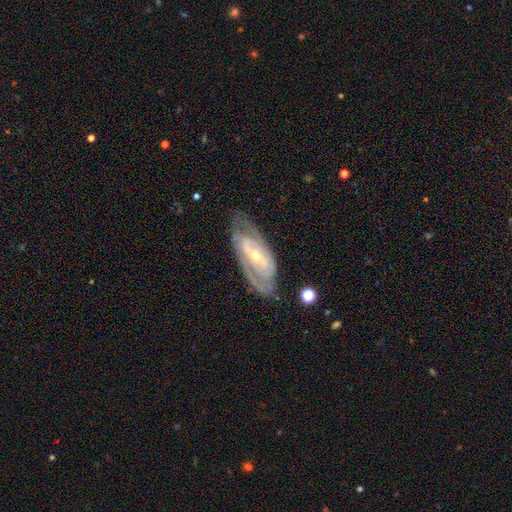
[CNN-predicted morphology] Smooth or featured? featured or disk (84%)
Edge-on disk? no (91%)
Bar? weak (36%)
Spiral arms? yes (88%)
Spiral winding? tight (55%)
Spiral arm count? 2 (65%)
Bulge size? small (60%)
Merging? none (75%)